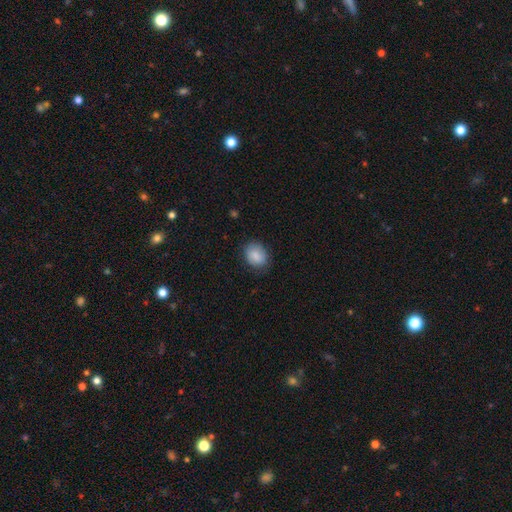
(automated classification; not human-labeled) This appears to be a smooth galaxy with no disk features (85%) that is in between round and cigar-shaped (50%). Merging: none (80%).